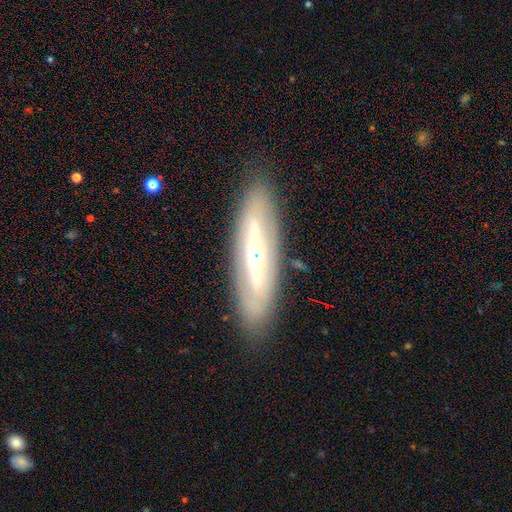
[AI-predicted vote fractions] Smooth or featured: featured or disk — 67% (smooth — 26%)
Edge-on disk: no — 59% (yes — 41%)
Merging: none — 85% (minor disturbance — 11%)